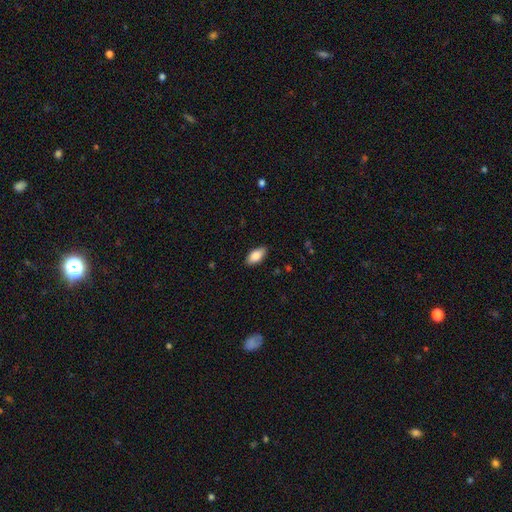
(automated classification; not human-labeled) Q: Smooth or featured?
A: smooth (85%); runner-up: featured or disk (9%)
Q: How rounded?
A: in between (91%); runner-up: cigar-shaped (6%)
Q: Merging?
A: none (87%); runner-up: minor disturbance (10%)